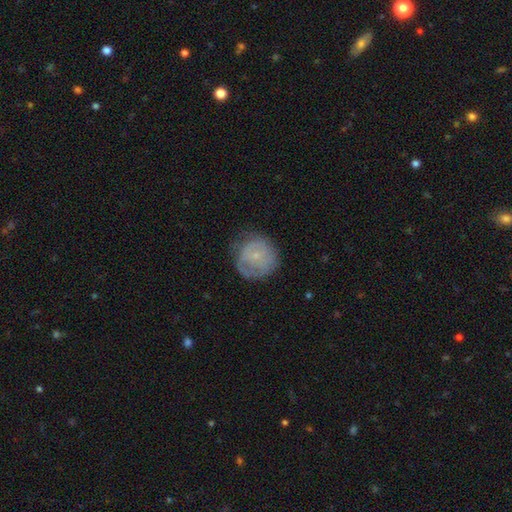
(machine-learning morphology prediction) Smooth or featured? Predicted: smooth (p=0.52). How rounded? Predicted: round (p=0.90). Merging? Predicted: none (p=0.60).